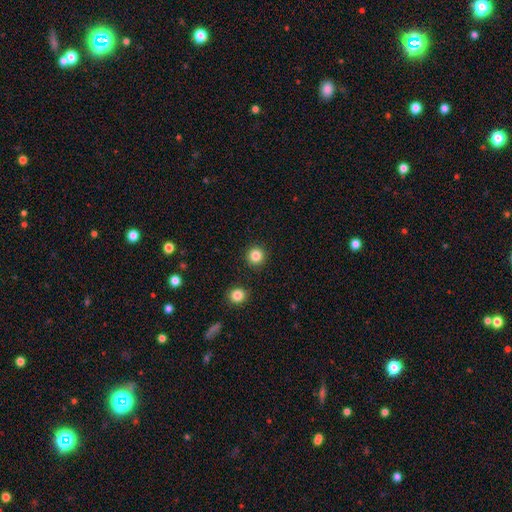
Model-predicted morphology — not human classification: smooth-or-featured: smooth: 85% | star or artifact: 11% | featured or disk: 4%
  how-rounded: round: 94% | in between: 5% | cigar-shaped: 1%
  merging: none: 92% | minor disturbance: 5% | merger: 2% | major disturbance: 2%